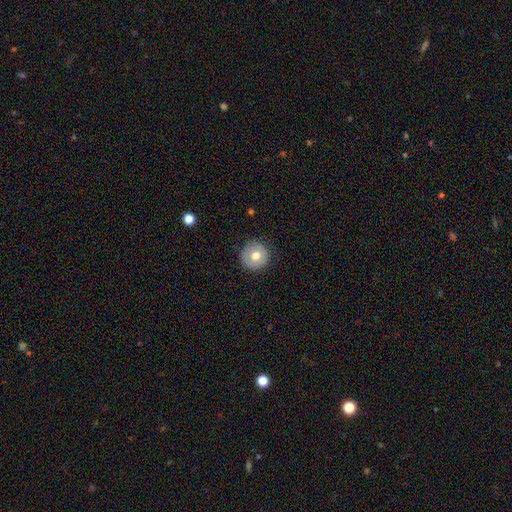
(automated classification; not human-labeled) smooth 70%, featured or disk 22%, star or artifact 8%. Down the decision tree: how rounded — round (96%); merging — none (89%).